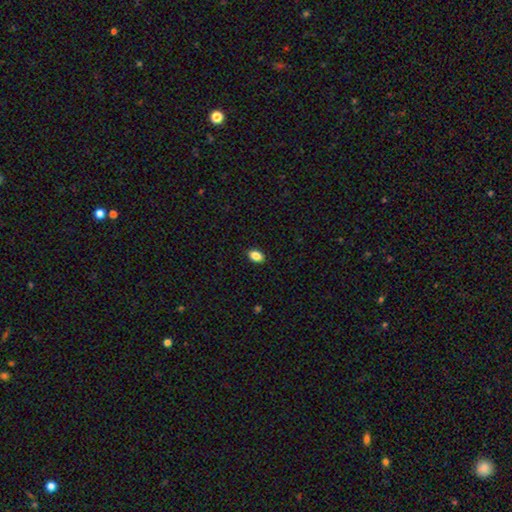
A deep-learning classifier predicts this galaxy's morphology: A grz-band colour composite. It shows a smooth galaxy with no disk features (87%) that is in between round and cigar-shaped (84%). Merging: none (90%).